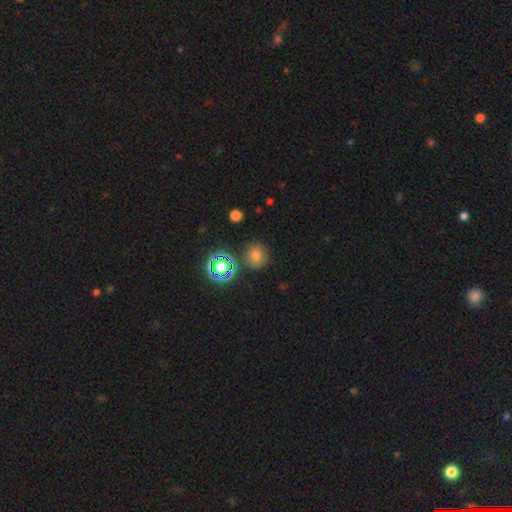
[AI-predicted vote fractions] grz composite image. It shows a smooth galaxy with no disk features (67%) that is round (81%). Merging: none (80%).